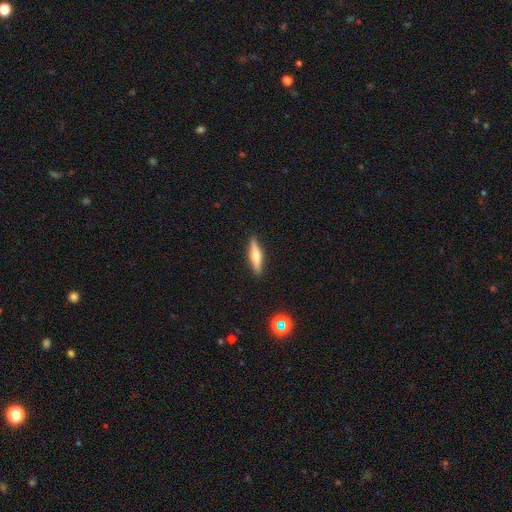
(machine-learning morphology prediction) A featured or disk galaxy (53%) viewed edge-on (95%) with a rounded central bulge (90%). Merging: none (90%).